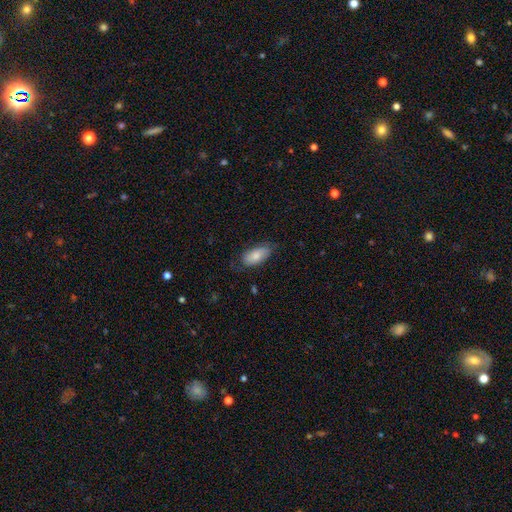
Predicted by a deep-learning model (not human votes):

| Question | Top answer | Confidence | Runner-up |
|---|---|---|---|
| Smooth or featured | smooth | 79% | featured or disk (14%) |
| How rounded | in between | 90% | cigar-shaped (8%) |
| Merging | none | 71% | minor disturbance (23%) |